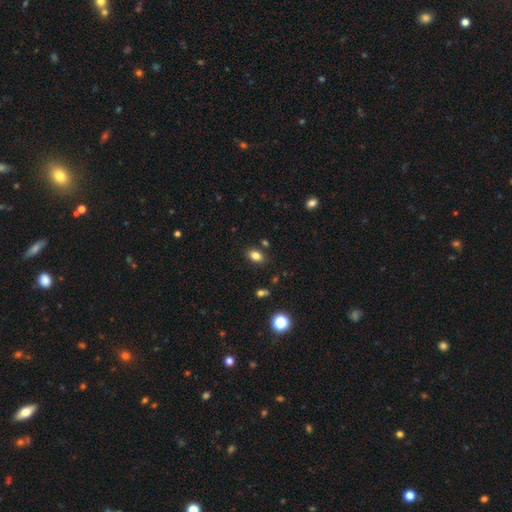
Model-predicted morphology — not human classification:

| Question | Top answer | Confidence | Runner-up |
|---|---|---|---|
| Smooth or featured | smooth | 82% | star or artifact (12%) |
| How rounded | in between | 80% | round (18%) |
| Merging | none | 84% | minor disturbance (10%) |